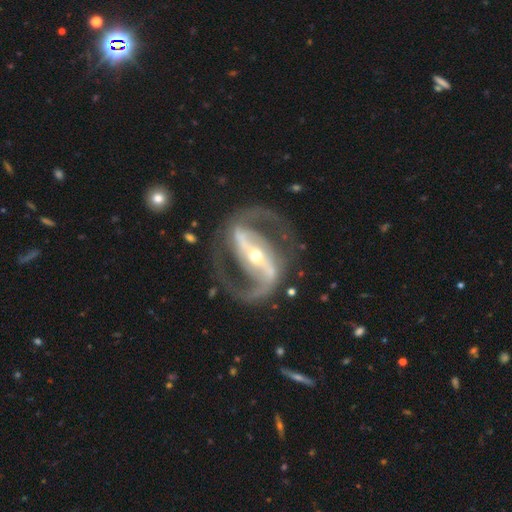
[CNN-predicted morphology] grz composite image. It shows a featured or disk galaxy (93%) with a strong bar (74%), 2 (94%) medium (60%) spiral arms (97%) and a small central bulge (53%). Merging: none (80%).